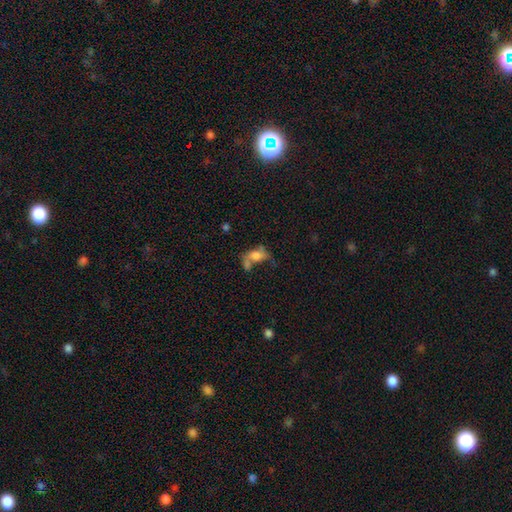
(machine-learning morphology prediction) Smooth or featured? Predicted: smooth (p=0.60). How rounded? Predicted: in between (p=0.77). Merging? Predicted: merger (p=0.39).